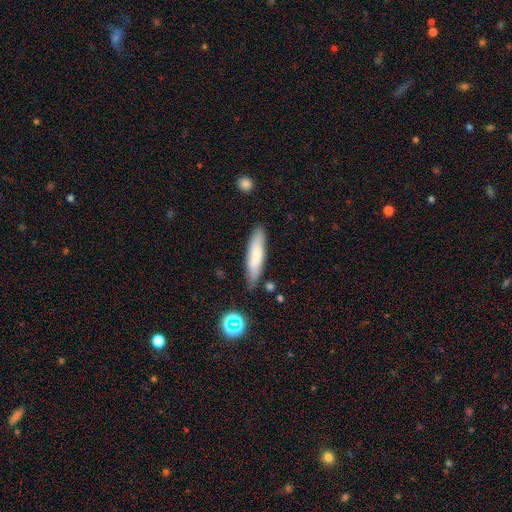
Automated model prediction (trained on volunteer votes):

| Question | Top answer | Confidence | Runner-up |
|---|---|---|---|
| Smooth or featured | smooth | 74% | featured or disk (18%) |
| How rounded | cigar-shaped | 76% | in between (22%) |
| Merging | none | 81% | minor disturbance (14%) |